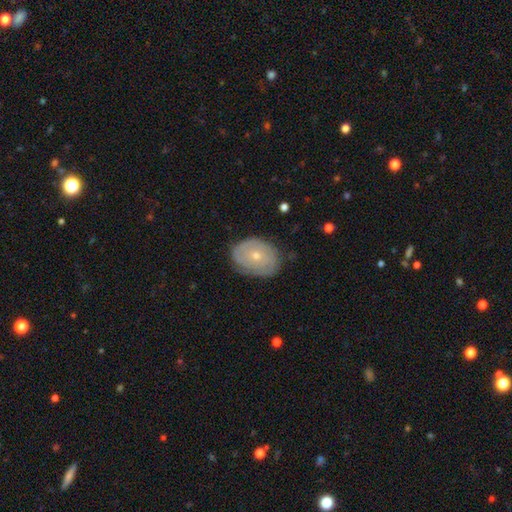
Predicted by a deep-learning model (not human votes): A featured or disk galaxy (61%) with no bar (84%), spiral arms (73%) and a small central bulge (65%).

Vote fractions:
- Smooth or featured? featured or disk: 61% / smooth: 32% / star or artifact: 7%
- Edge-on disk? no: 96% / yes: 4%
- Bar? no: 84% / weak: 14% / strong: 2%
- Spiral arms? yes: 73% / no: 27%
- Bulge size? small: 65% / moderate: 32% / none: 1% / large: 1% / dominant: 1%
- Merging? none: 74% / minor disturbance: 20% / major disturbance: 5% / merger: 1%